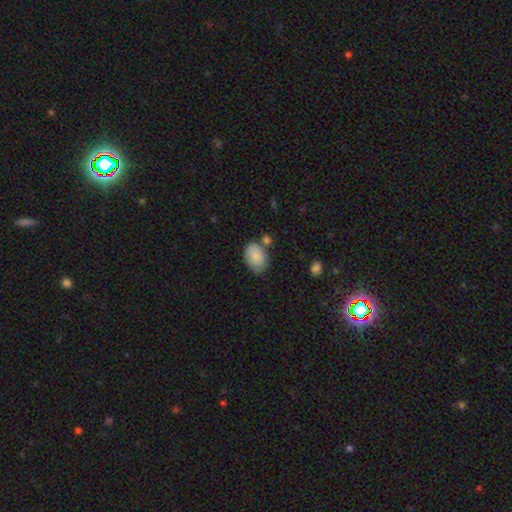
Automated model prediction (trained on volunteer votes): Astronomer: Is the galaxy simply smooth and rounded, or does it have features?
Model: smooth — 85%.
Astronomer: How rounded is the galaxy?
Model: in between — 86%.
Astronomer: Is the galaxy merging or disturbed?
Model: none — 63%.